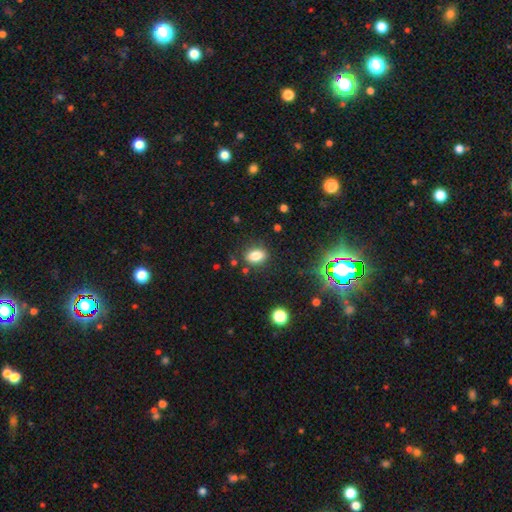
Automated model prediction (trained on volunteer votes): Morphology: type=smooth (81%); roundness=in between (75%); merging=none (82%).